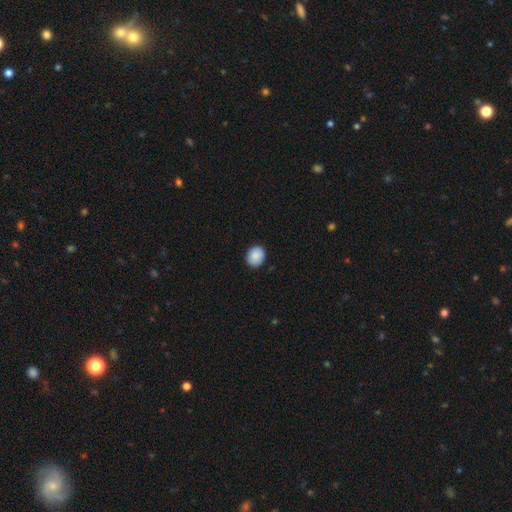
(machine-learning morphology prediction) This is clearly a smooth galaxy (89%). How rounded: likely round (60%). Merging: clearly none (88%).